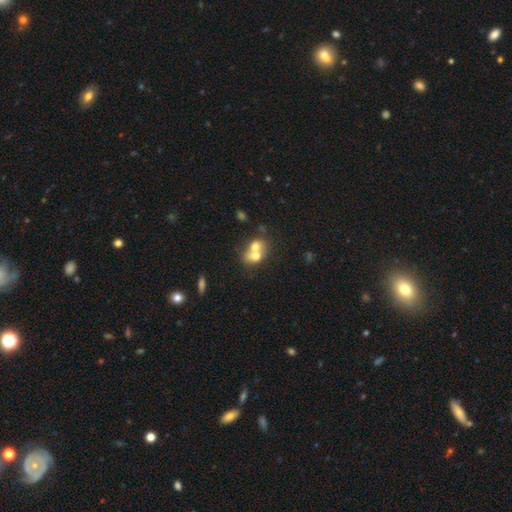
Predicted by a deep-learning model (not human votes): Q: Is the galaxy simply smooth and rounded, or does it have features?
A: smooth — 63%.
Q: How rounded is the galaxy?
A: in between — 50%.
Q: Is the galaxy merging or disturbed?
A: merger — 72%.